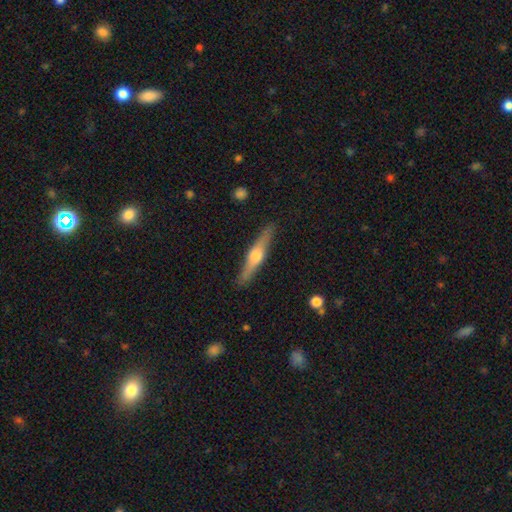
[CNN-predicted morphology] Smooth or featured? Predicted: featured or disk (p=0.71). Edge-on disk? Predicted: yes (p=0.97). Edge-on bulge? Predicted: rounded (p=0.94). Merging? Predicted: none (p=0.90).